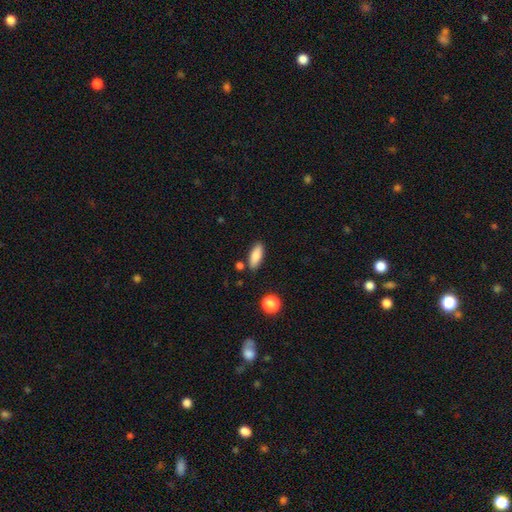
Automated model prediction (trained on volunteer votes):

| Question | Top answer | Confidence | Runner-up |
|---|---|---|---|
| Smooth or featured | smooth | 83% | featured or disk (10%) |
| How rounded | in between | 71% | cigar-shaped (26%) |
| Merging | none | 83% | minor disturbance (11%) |